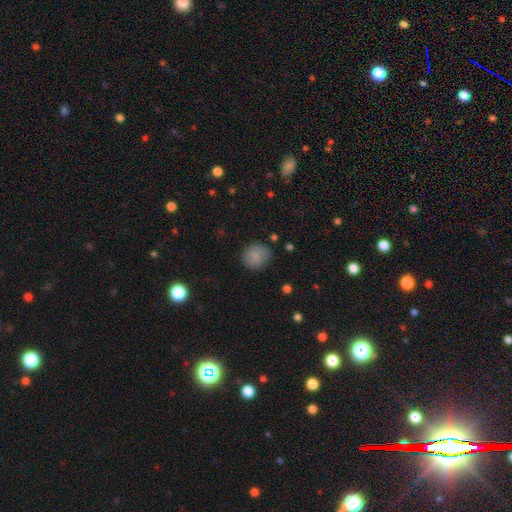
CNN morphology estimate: A smooth galaxy with no disk features (85%) that is round (81%). Merging: none (81%).